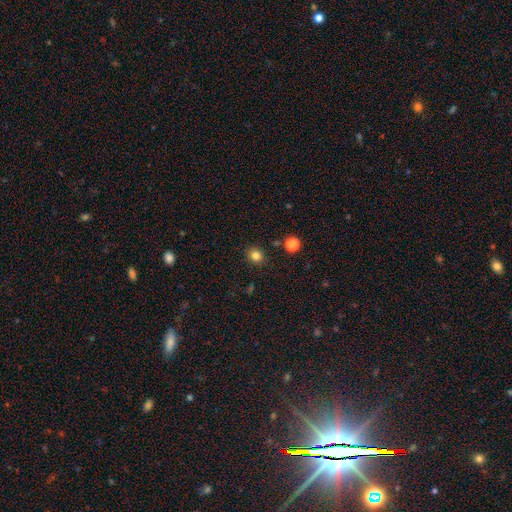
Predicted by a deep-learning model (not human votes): A smooth galaxy with no disk features (82%) that is round (78%).

Vote fractions:
- Smooth or featured? smooth: 82% / star or artifact: 13% / featured or disk: 5%
- How rounded? round: 78% / in between: 21% / cigar-shaped: 1%
- Merging? none: 88% / minor disturbance: 7% / merger: 2% / major disturbance: 2%